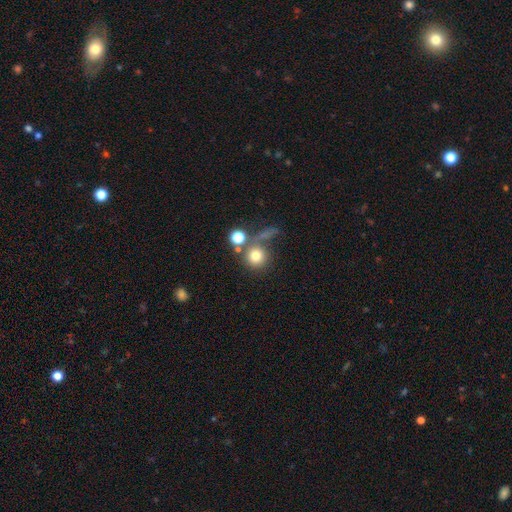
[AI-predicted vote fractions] Overall: smooth (75%). How rounded: round (91%). Merging: none (55%; merger 22%).